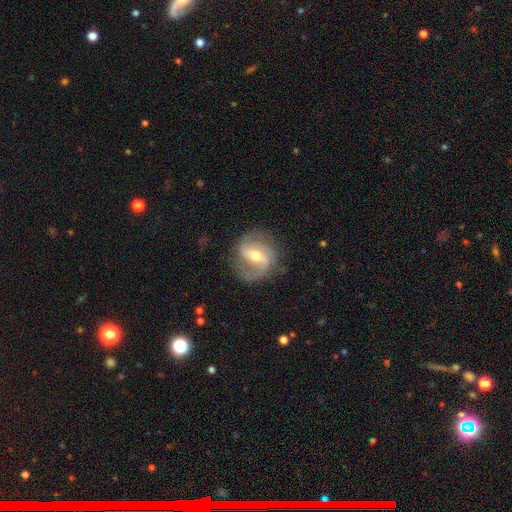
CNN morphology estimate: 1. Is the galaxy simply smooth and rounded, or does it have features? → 84% featured or disk, 10% smooth, 5% star or artifact.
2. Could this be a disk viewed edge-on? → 97% no, 3% yes.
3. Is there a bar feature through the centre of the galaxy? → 44% weak, 39% strong, 17% no.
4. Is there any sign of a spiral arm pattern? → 94% yes, 6% no.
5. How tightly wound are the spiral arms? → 49% medium, 31% loose, 20% tight.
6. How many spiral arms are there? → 85% 2, 5% can't tell, 4% 3, 3% 1, 1% 4, 1% more than 4.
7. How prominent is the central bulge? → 65% moderate, 29% small, 4% large, 1% none, 1% dominant.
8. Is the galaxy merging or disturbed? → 78% none, 14% minor disturbance, 6% major disturbance, 1% merger.